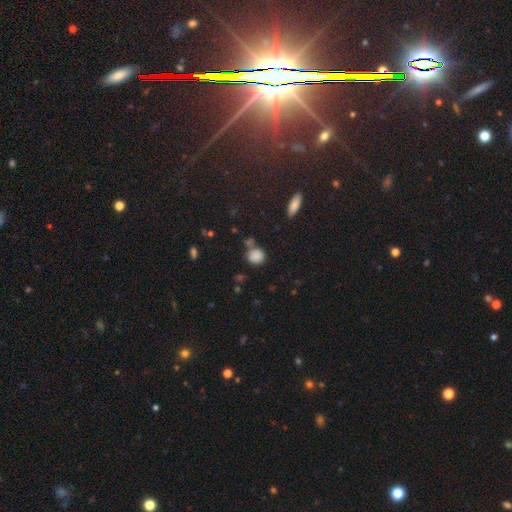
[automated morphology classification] A smooth galaxy with no disk features (84%) that is round (79%).

Vote fractions:
- Smooth or featured? smooth: 84% / star or artifact: 11% / featured or disk: 5%
- How rounded? round: 79% / in between: 20% / cigar-shaped: 2%
- Merging? none: 64% / merger: 16% / minor disturbance: 15% / major disturbance: 5%